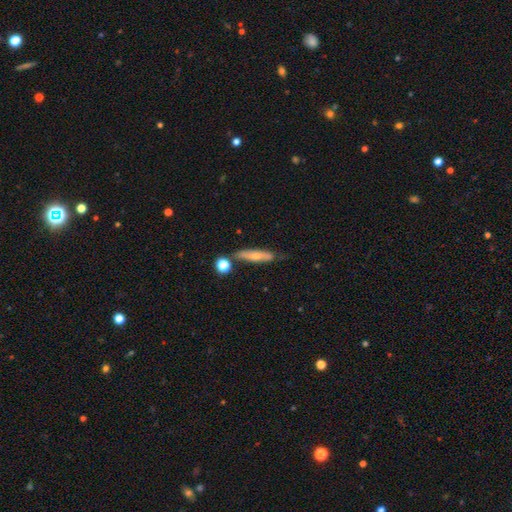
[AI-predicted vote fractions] smooth 56%, featured or disk 37%, star or artifact 8%. Down the decision tree: how rounded — cigar-shaped (81%); merging — none (67%).